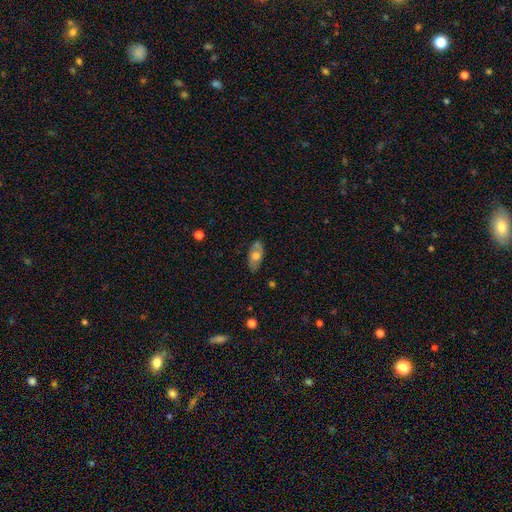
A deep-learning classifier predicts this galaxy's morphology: The model was most divided on "smooth or featured": smooth: 53%, featured or disk: 40%, star or artifact: 7%. More confident: how rounded — in between (89%); merging — none (79%).